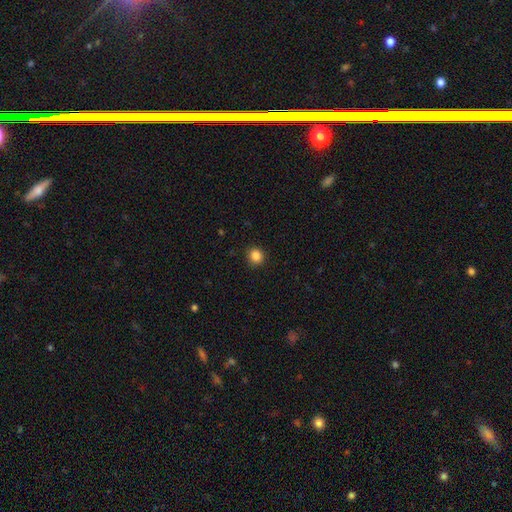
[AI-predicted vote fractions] Q: Smooth or featured?
A: smooth (86%); runner-up: star or artifact (11%)
Q: How rounded?
A: round (90%); runner-up: in between (9%)
Q: Merging?
A: none (91%); runner-up: minor disturbance (6%)